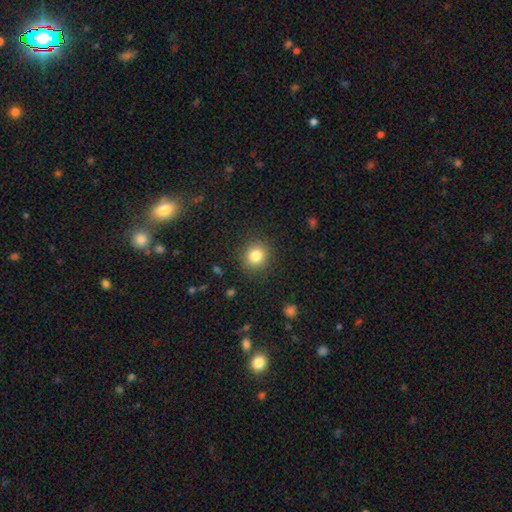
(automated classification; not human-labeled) The model was most divided on "smooth or featured": smooth: 83%, star or artifact: 11%, featured or disk: 6%. More confident: merging — none (89%); how rounded — round (89%).